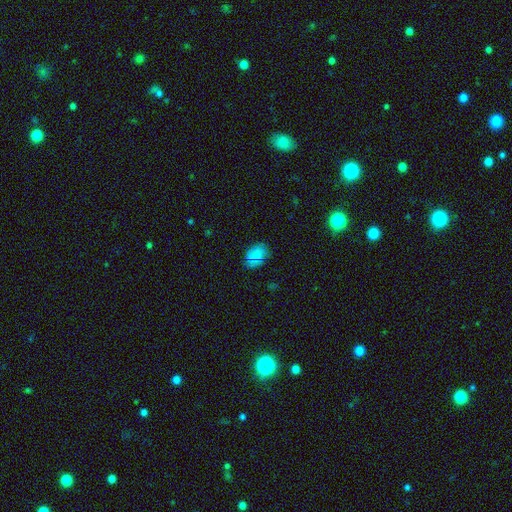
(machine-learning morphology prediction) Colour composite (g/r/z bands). It shows a smooth galaxy with no disk features (77%) that is in between round and cigar-shaped (83%). Merging: none (74%).